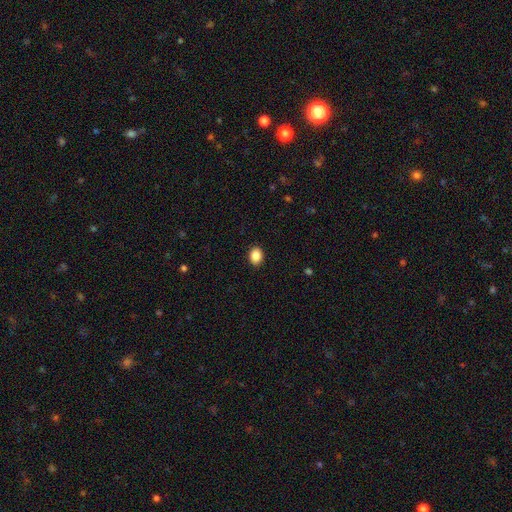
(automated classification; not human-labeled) smooth-or-featured: smooth: 88% | star or artifact: 8% | featured or disk: 3%
  how-rounded: in between: 62% | round: 37% | cigar-shaped: 1%
  merging: none: 91% | minor disturbance: 6% | major disturbance: 2% | merger: 1%